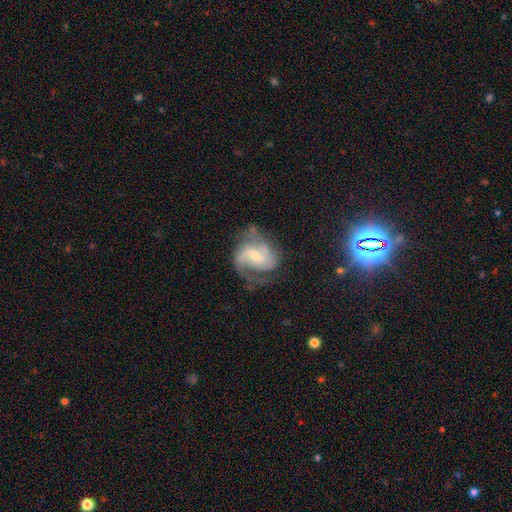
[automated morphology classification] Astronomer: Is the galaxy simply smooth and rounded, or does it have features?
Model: featured or disk — 84%.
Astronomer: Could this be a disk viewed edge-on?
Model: no — 98%.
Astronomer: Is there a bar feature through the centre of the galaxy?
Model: weak — 54%.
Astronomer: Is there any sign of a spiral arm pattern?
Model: yes — 95%.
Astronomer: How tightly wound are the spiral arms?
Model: medium — 50% (runner-up: loose, 30%).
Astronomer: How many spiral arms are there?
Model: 2 — 69%.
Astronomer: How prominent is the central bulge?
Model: small — 50% (runner-up: moderate, 43%).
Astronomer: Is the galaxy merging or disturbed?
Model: none — 56%.